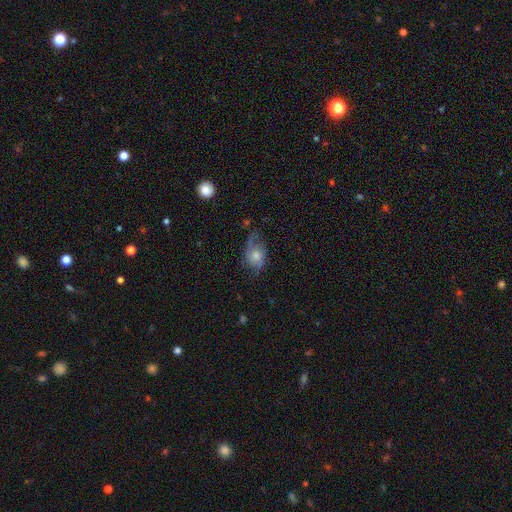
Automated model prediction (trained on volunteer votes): Overall: smooth (45%; featured or disk 44%). Merging: none (47%; minor disturbance 30%).